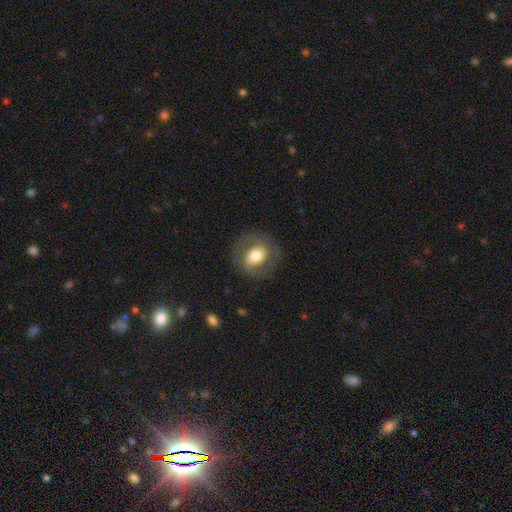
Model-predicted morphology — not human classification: Smooth or featured?
  - smooth: 49% *
  - featured or disk: 43%
  - star or artifact: 7%
Merging?
  - none: 79% *
  - minor disturbance: 12%
  - major disturbance: 8%
  - merger: 1%